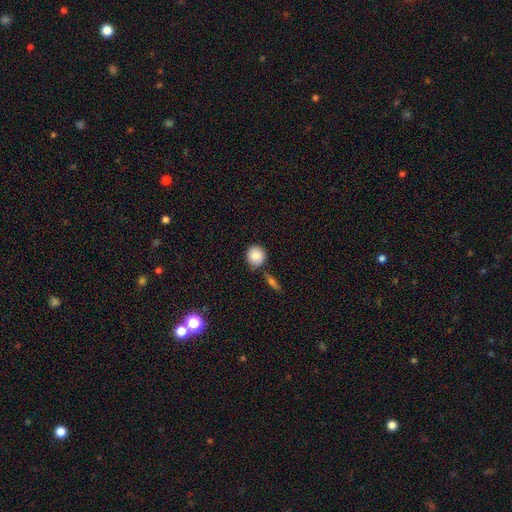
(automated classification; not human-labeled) Smooth or featured?
  - smooth: 87% *
  - star or artifact: 7%
  - featured or disk: 5%
How rounded?
  - round: 89% *
  - in between: 10%
  - cigar-shaped: 1%
Merging?
  - none: 72% *
  - minor disturbance: 14%
  - merger: 10%
  - major disturbance: 4%